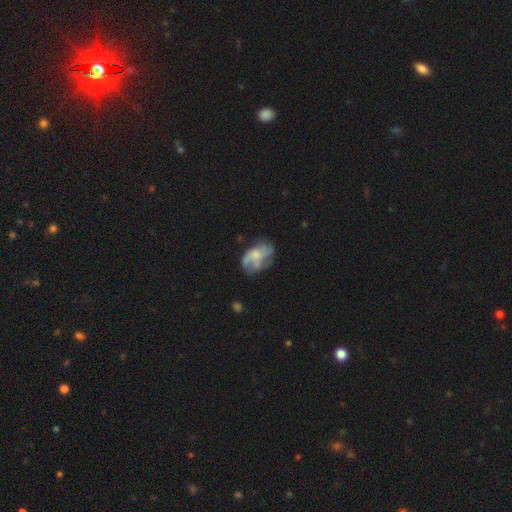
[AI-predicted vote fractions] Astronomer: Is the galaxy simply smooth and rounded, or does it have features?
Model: featured or disk — 54% (runner-up: smooth, 37%).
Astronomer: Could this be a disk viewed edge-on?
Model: no — 97%.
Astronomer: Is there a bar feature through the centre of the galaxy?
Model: no — 75%.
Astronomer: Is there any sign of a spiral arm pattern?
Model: yes — 57% (runner-up: no, 43%).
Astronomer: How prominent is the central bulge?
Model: moderate — 36% (runner-up: small, 31%).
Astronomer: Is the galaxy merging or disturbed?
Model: none — 47% (runner-up: minor disturbance, 26%).